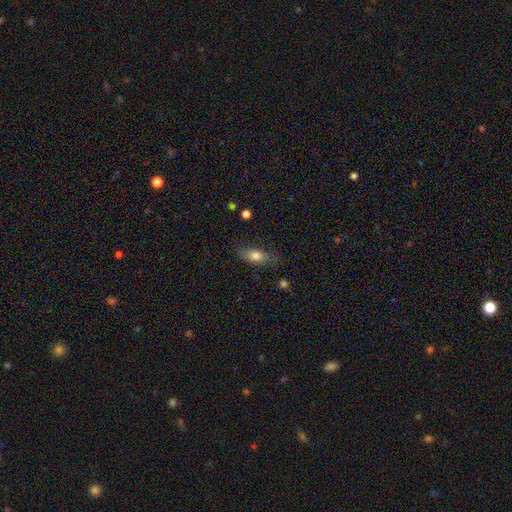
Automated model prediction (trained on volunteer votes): Overall: smooth (75%). How rounded: in between (78%). Merging: none (73%).